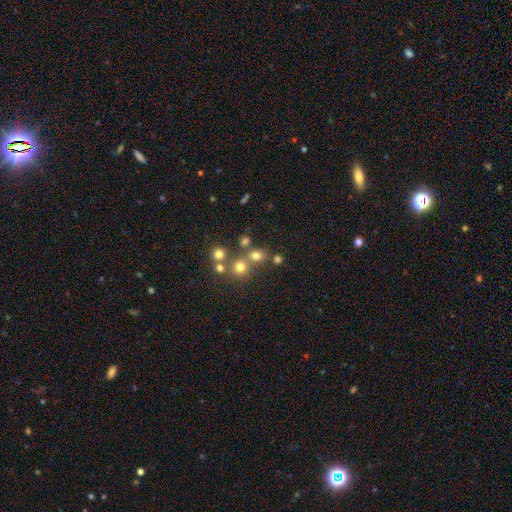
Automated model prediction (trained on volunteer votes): Overall: smooth (69%). How rounded: round (73%). Merging: none (62%; merger 25%).